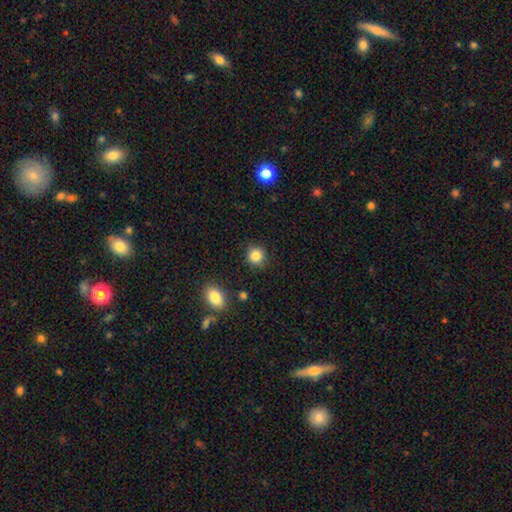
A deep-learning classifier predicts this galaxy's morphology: Smooth or featured? Predicted: smooth (p=0.86). How rounded? Predicted: round (p=0.88). Merging? Predicted: none (p=0.86).